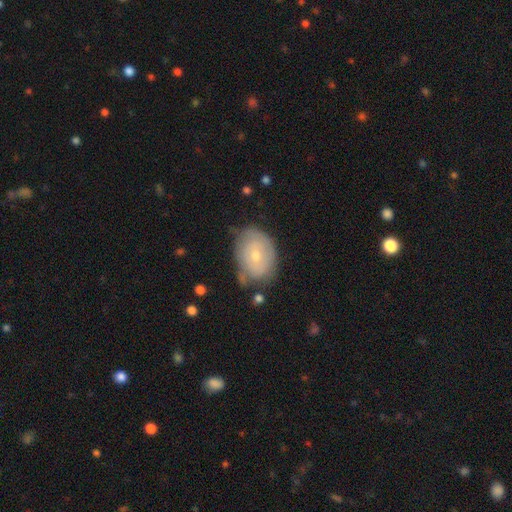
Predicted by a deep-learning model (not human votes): Overall: smooth (52%; featured or disk 41%). How rounded: in between (73%). Merging: none (56%; minor disturbance 31%).